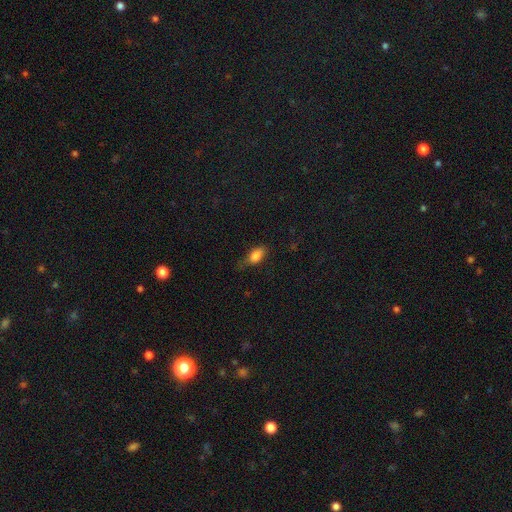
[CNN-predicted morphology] Smooth or featured? smooth (83%)
How rounded? in between (87%)
Merging? none (55%)